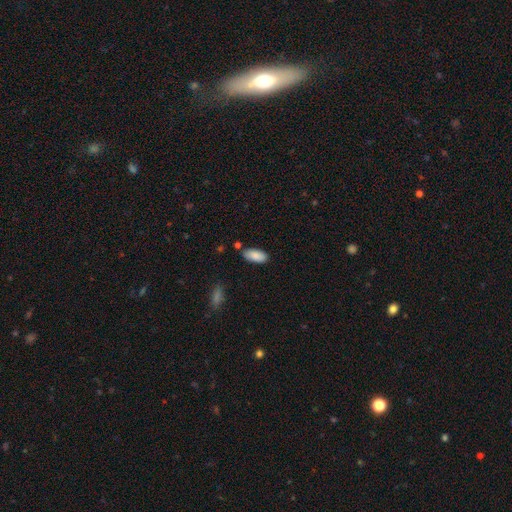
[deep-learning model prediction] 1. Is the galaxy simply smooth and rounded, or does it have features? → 88% smooth, 6% star or artifact, 6% featured or disk.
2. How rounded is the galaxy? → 91% in between, 8% cigar-shaped, 2% round.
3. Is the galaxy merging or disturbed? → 79% none, 13% minor disturbance, 5% merger, 3% major disturbance.